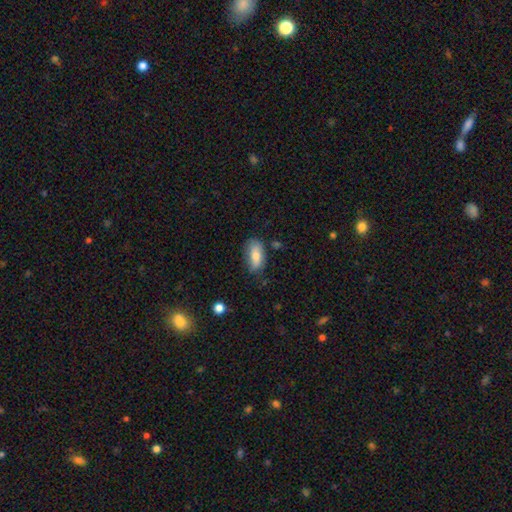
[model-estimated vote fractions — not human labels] The model was most divided on "merging": none: 73%, minor disturbance: 20%, major disturbance: 4%, merger: 3%. More confident: how rounded — in between (83%); smooth or featured — smooth (74%).